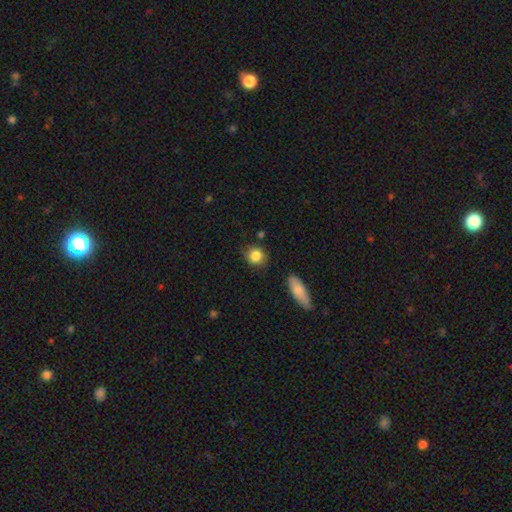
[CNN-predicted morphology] smooth_or_featured: smooth (p=0.85) [alt: star or artifact p=0.09]
how_rounded: round (p=0.77) [alt: in between p=0.21]
merging: none (p=0.80) [alt: minor disturbance p=0.14]